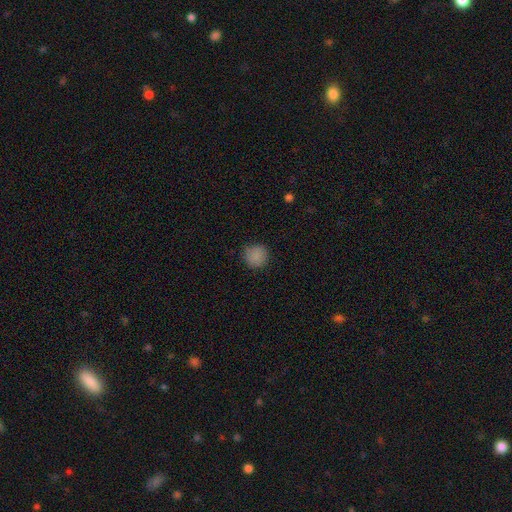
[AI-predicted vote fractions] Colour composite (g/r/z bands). It shows a smooth galaxy with no disk features (85%) that is round (92%). Merging: none (83%).